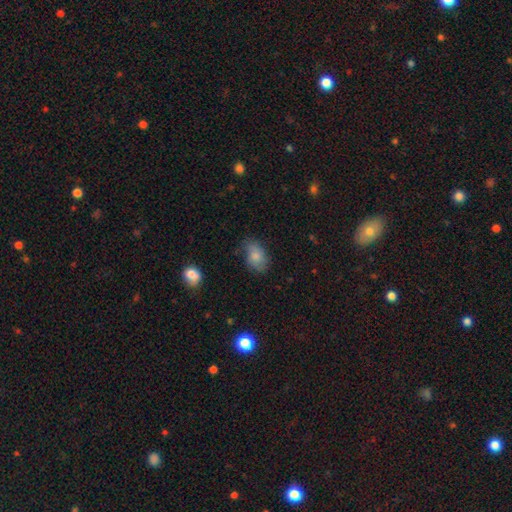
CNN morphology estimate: Overall: smooth (77%). How rounded: in between (85%). Merging: none (61%; minor disturbance 28%).